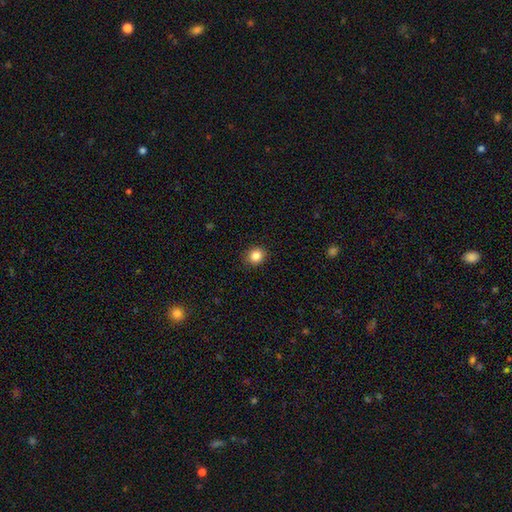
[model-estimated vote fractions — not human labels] Q: Smooth or featured?
A: smooth (85%); runner-up: star or artifact (11%)
Q: How rounded?
A: round (83%); runner-up: in between (16%)
Q: Merging?
A: none (91%); runner-up: minor disturbance (7%)